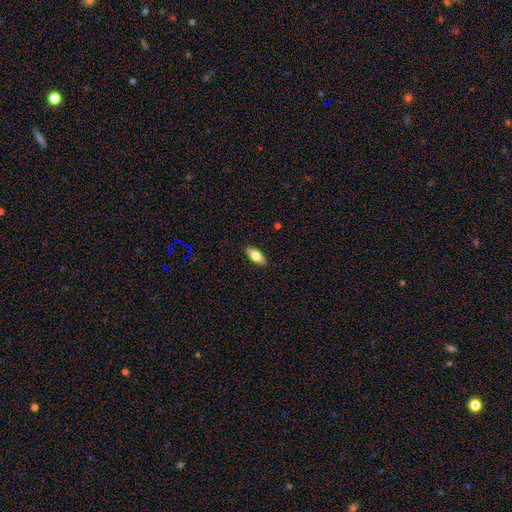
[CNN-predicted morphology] Smooth or featured? smooth (72%)
How rounded? in between (83%)
Merging? none (90%)